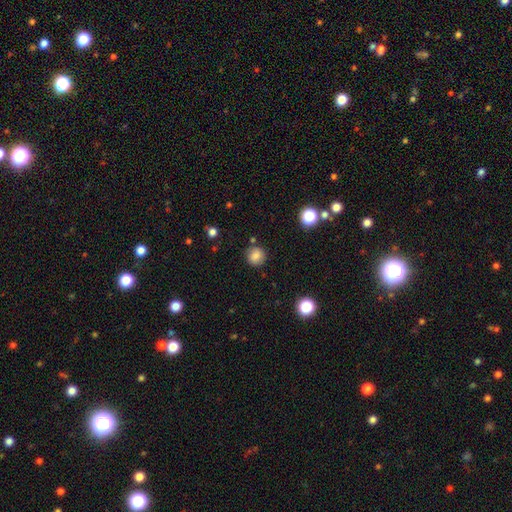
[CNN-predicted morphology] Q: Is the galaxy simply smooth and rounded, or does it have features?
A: smooth — 83%.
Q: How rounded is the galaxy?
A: round — 90%.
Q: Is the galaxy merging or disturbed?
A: none — 84%.